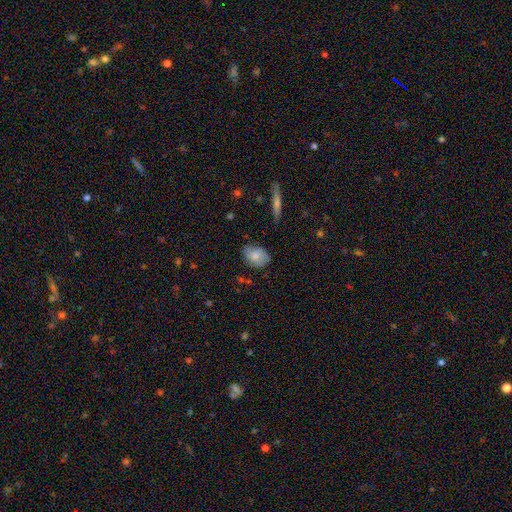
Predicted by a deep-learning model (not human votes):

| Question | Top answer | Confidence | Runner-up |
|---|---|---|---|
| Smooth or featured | smooth | 75% | featured or disk (18%) |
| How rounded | in between | 74% | round (24%) |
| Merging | none | 72% | minor disturbance (23%) |